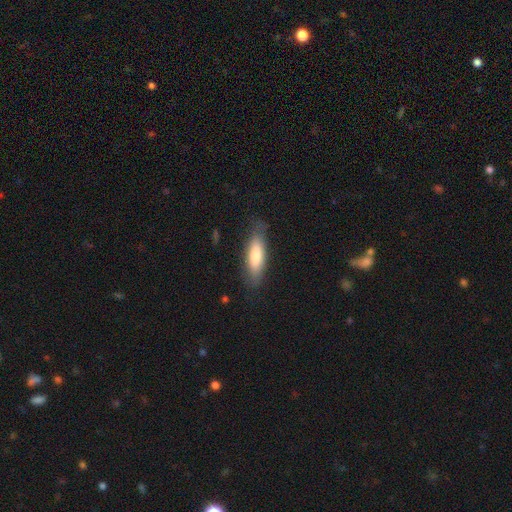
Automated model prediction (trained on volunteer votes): Smooth or featured? Predicted: smooth (p=0.75). How rounded? Predicted: in between (p=0.50). Merging? Predicted: none (p=0.78).